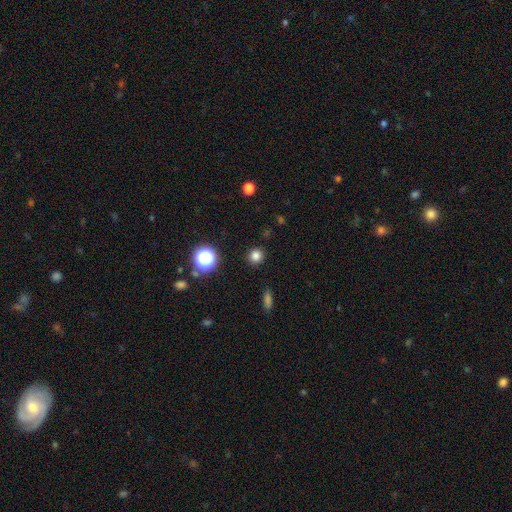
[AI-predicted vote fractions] Smooth or featured? Predicted: smooth (p=0.80). How rounded? Predicted: round (p=0.90). Merging? Predicted: none (p=0.90).